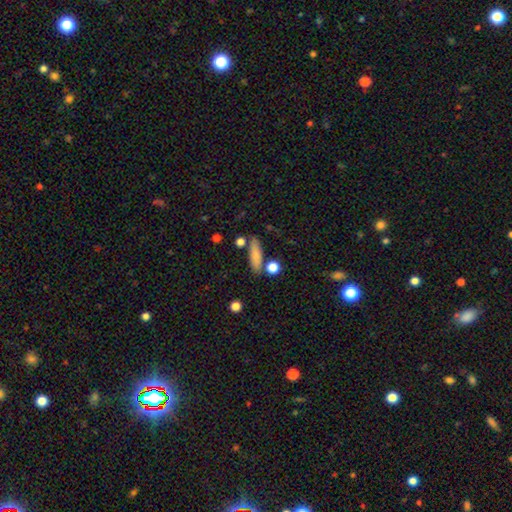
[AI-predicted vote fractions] Overall: smooth (81%). How rounded: cigar-shaped (50%; in between 46%). Merging: none (76%).